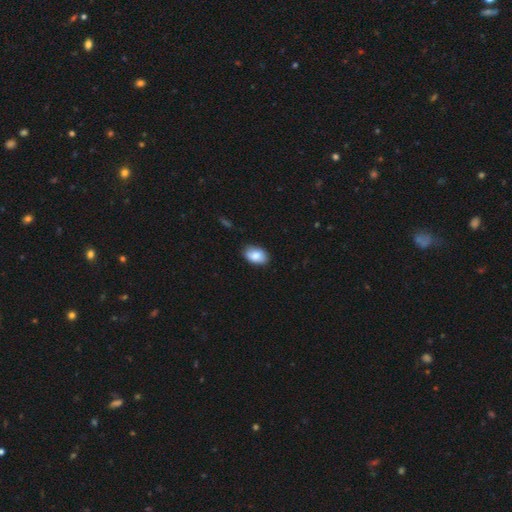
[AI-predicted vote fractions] Q: Smooth or featured?
A: smooth (85%); runner-up: featured or disk (8%)
Q: How rounded?
A: in between (90%); runner-up: round (9%)
Q: Merging?
A: none (84%); runner-up: minor disturbance (13%)